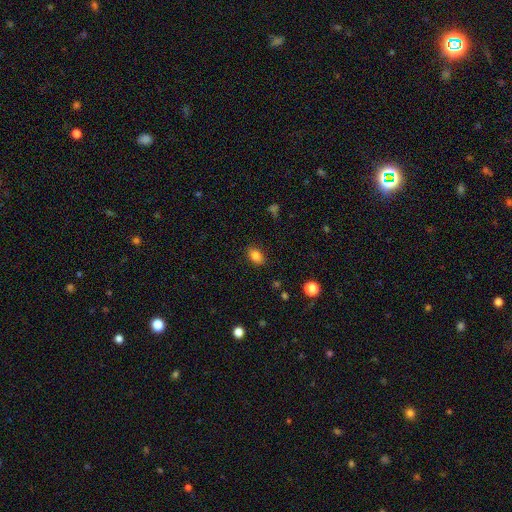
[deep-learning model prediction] Smooth or featured: smooth — 85% (star or artifact — 10%)
How rounded: in between — 82% (round — 17%)
Merging: none — 86% (minor disturbance — 10%)